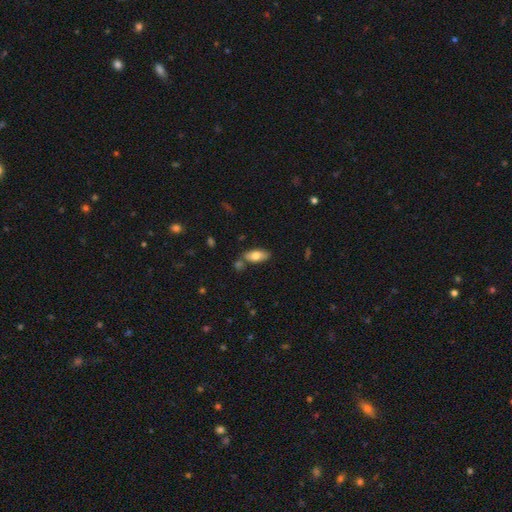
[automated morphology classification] type=smooth (75%); roundness=in between (84%); merging=none (73%).